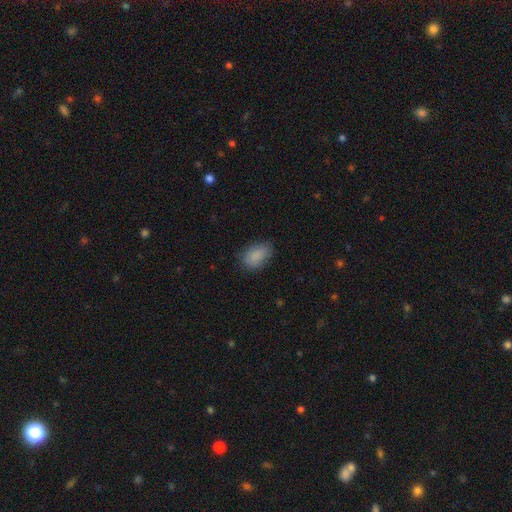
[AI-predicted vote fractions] The model was most divided on "merging": none: 74%, minor disturbance: 20%, major disturbance: 5%, merger: 1%. More confident: how rounded — in between (88%); smooth or featured — smooth (87%).